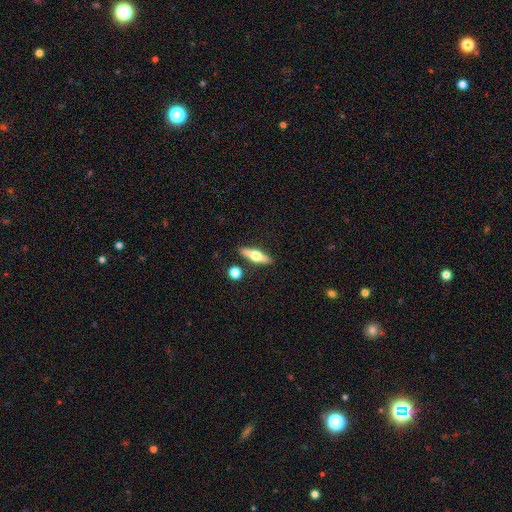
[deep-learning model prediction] This is possibly a featured or disk galaxy (55%). It is clearly viewed edge-on (94%). Edge-on bulge: clearly rounded (95%). Merging: clearly none (84%).